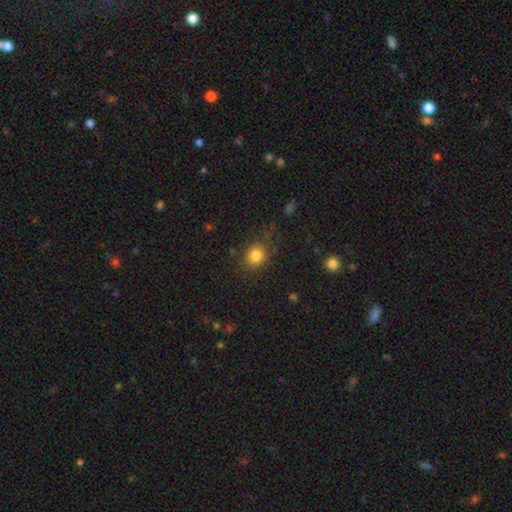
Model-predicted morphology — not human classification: The model was most divided on "how rounded": round: 66%, in between: 33%, cigar-shaped: 1%. More confident: smooth or featured — smooth (82%); merging — none (78%).